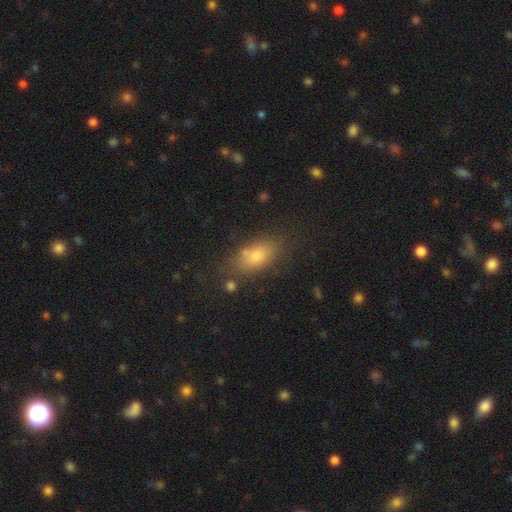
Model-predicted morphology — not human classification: Smooth or featured: smooth — 76% (featured or disk — 12%)
How rounded: in between — 82% (cigar-shaped — 10%)
Merging: none — 73% (minor disturbance — 15%)